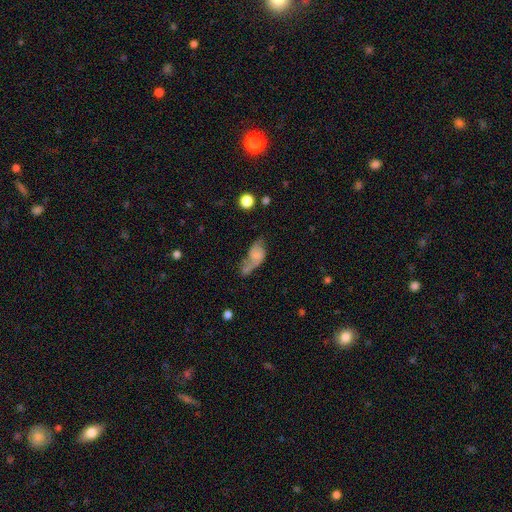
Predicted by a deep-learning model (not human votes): The model was most divided on "smooth or featured": featured or disk: 48%, smooth: 41%, star or artifact: 12%. Remaining: merging — major disturbance (34%).